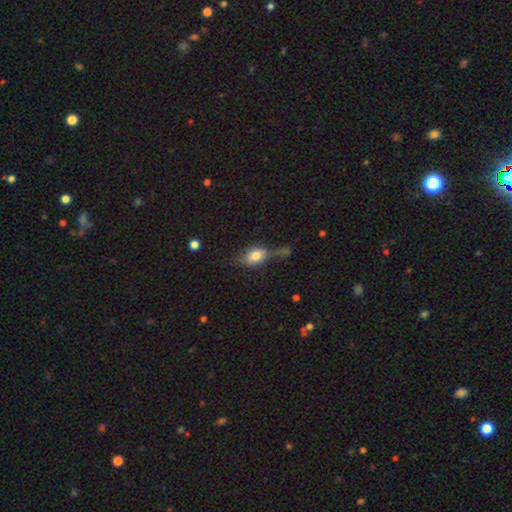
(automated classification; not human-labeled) Smooth or featured: smooth — 60% (featured or disk — 31%)
How rounded: in between — 76% (round — 16%)
Merging: none — 41% (minor disturbance — 26%)